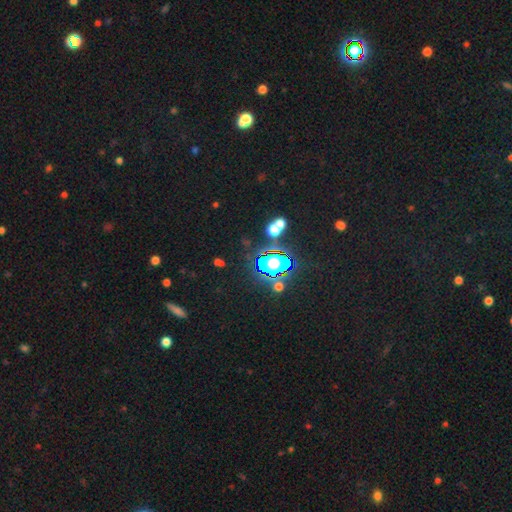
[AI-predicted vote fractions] Smooth or featured? Predicted: star or artifact (p=0.83).